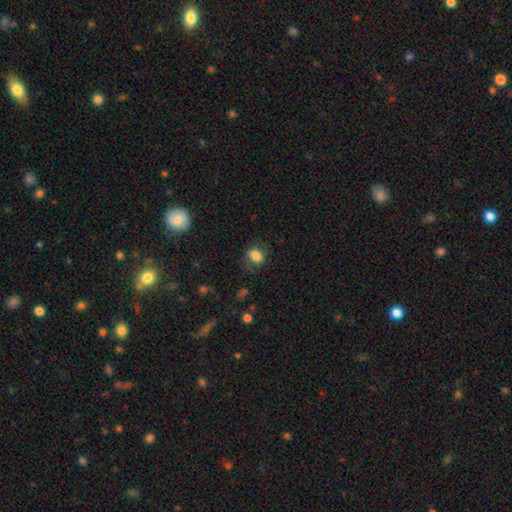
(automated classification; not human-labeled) Smooth or featured? smooth (82%)
How rounded? in between (62%)
Merging? none (70%)